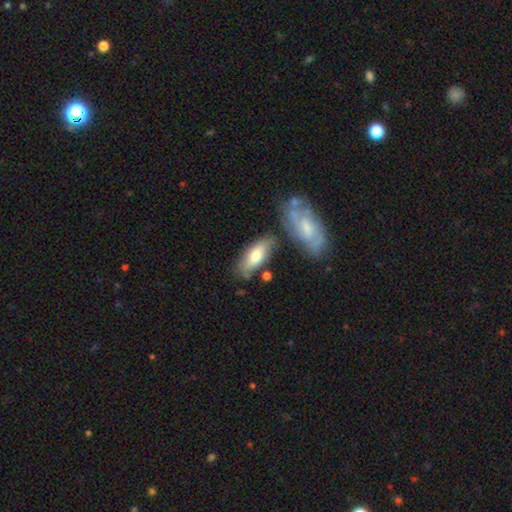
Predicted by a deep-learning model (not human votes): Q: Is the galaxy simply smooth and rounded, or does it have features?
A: smooth — 69%.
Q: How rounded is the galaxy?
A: in between — 76%.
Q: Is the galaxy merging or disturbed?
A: none — 67%.